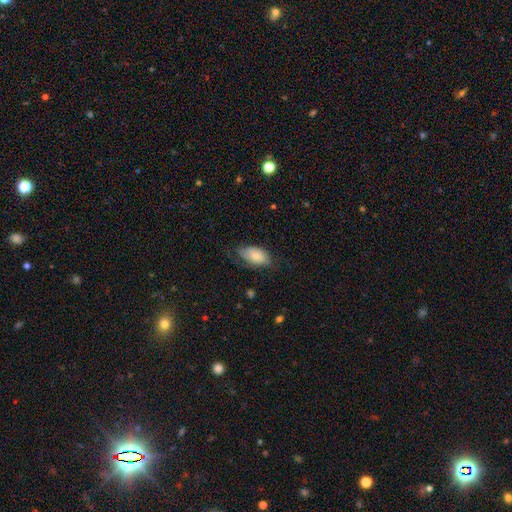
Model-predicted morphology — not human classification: Smooth or featured?
  - smooth: 72% *
  - featured or disk: 21%
  - star or artifact: 6%
How rounded?
  - in between: 94% *
  - round: 3%
  - cigar-shaped: 3%
Merging?
  - none: 57% *
  - minor disturbance: 30%
  - major disturbance: 12%
  - merger: 1%